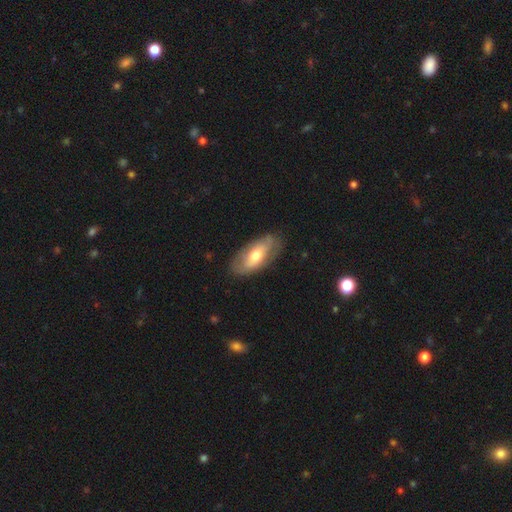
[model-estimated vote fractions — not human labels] A smooth galaxy with no disk features (48%).

Vote fractions:
- Smooth or featured? smooth: 48% / featured or disk: 46% / star or artifact: 6%
- Merging? none: 78% / minor disturbance: 16% / major disturbance: 4% / merger: 1%